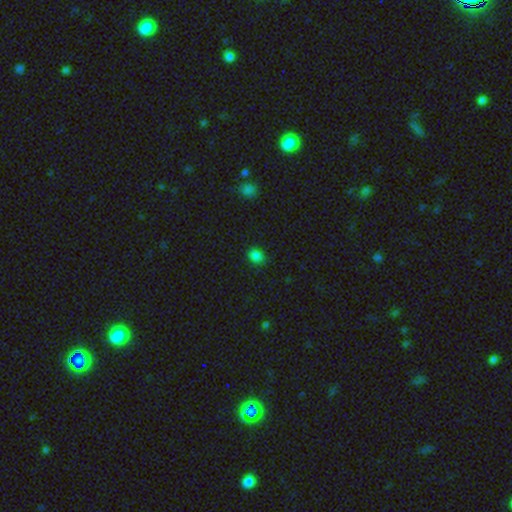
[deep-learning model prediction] A smooth galaxy with no disk features (82%) that is round (54%).

Vote fractions:
- Smooth or featured? smooth: 82% / star or artifact: 15% / featured or disk: 3%
- How rounded? round: 54% / in between: 45% / cigar-shaped: 1%
- Merging? none: 86% / minor disturbance: 10% / major disturbance: 2% / merger: 1%